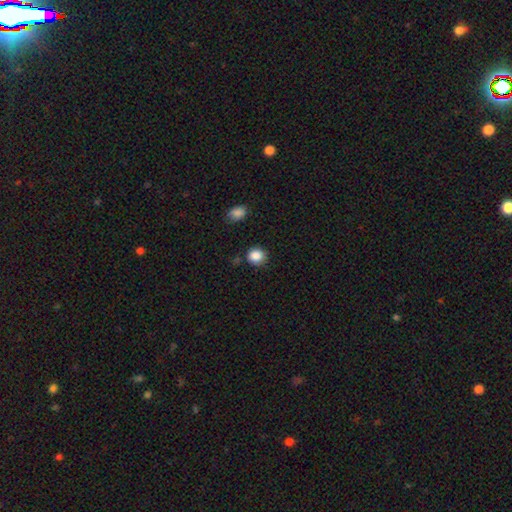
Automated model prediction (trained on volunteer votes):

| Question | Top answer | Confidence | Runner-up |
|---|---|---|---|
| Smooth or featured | smooth | 87% | star or artifact (9%) |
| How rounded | round | 83% | in between (16%) |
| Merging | none | 83% | minor disturbance (12%) |